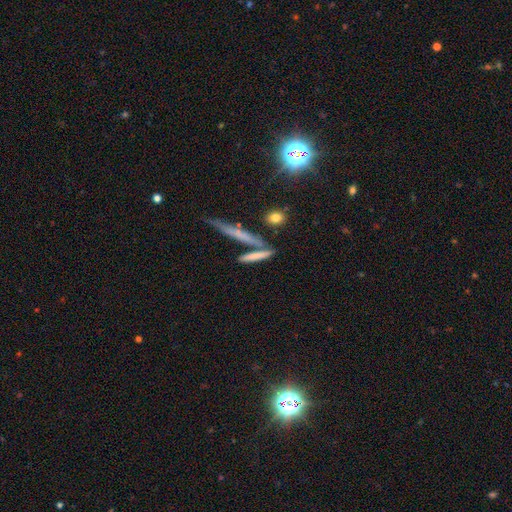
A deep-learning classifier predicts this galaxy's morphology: smooth 65%, featured or disk 26%, star or artifact 8%. Down the decision tree: how rounded — cigar-shaped (87%); merging — none (64%).